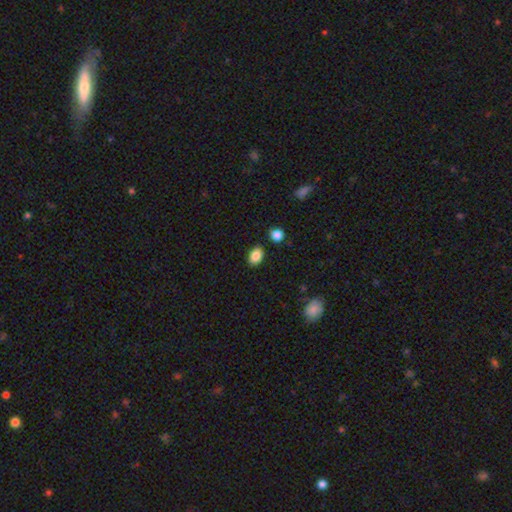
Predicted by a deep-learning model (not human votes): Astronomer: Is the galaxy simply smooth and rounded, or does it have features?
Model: smooth — 87%.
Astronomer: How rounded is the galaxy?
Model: in between — 81%.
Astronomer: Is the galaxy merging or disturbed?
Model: none — 84%.